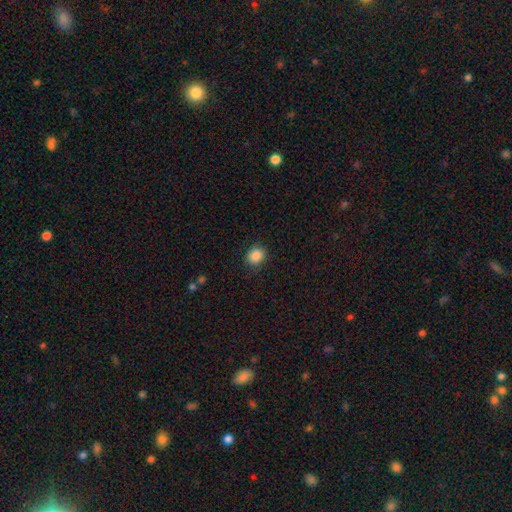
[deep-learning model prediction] Q: Smooth or featured?
A: smooth (87%); runner-up: star or artifact (9%)
Q: How rounded?
A: round (70%); runner-up: in between (29%)
Q: Merging?
A: none (85%); runner-up: minor disturbance (11%)